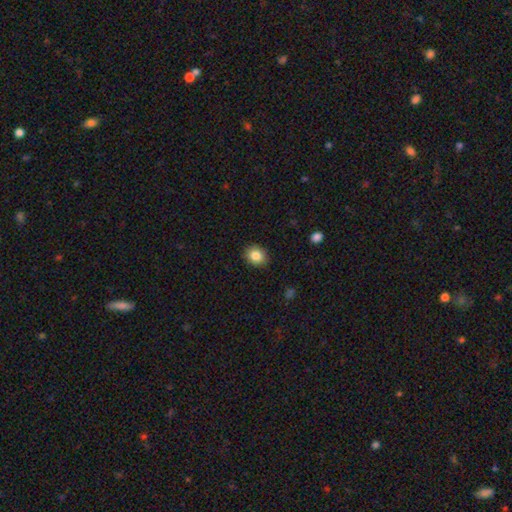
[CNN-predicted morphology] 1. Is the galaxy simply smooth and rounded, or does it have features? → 84% smooth, 9% star or artifact, 6% featured or disk.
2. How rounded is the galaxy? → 60% round, 40% in between, 1% cigar-shaped.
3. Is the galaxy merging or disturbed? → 89% none, 8% minor disturbance, 2% major disturbance, 1% merger.